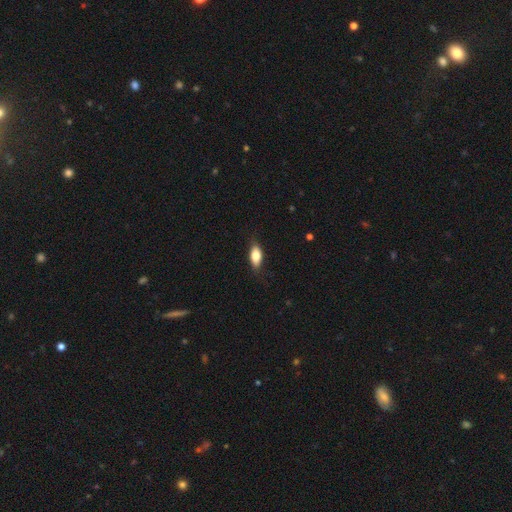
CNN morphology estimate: smooth_or_featured: smooth (p=0.79) [alt: featured or disk p=0.14]
how_rounded: in between (p=0.85) [alt: cigar-shaped p=0.11]
merging: none (p=0.81) [alt: minor disturbance p=0.15]